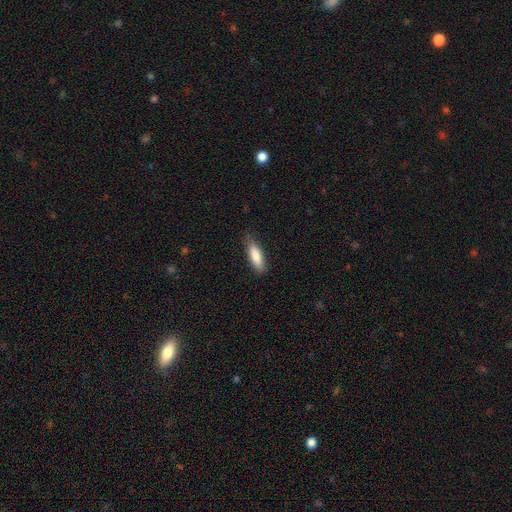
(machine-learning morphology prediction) smooth 83%, featured or disk 11%, star or artifact 6%. Down the decision tree: how rounded — cigar-shaped (51%); merging — none (78%).